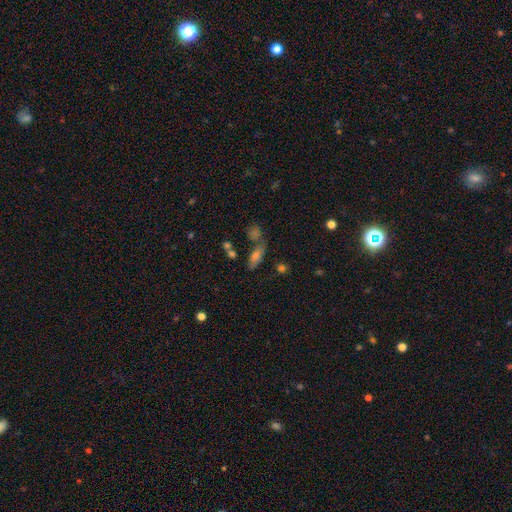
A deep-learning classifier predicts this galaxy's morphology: Smooth or featured: smooth — 57% (featured or disk — 26%)
How rounded: in between — 70% (cigar-shaped — 22%)
Merging: none — 56% (merger — 21%)